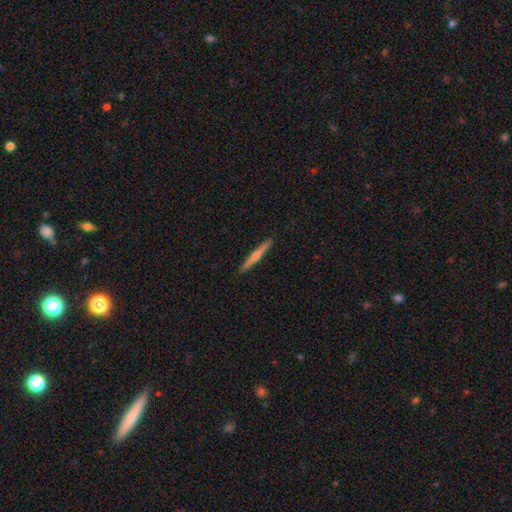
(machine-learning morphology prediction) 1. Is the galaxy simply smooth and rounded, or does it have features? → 69% featured or disk, 26% smooth, 6% star or artifact.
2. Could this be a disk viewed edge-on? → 98% yes, 2% no.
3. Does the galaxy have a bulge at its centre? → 81% rounded, 15% none, 4% boxy.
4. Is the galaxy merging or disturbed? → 92% none, 6% minor disturbance, 1% major disturbance, 1% merger.